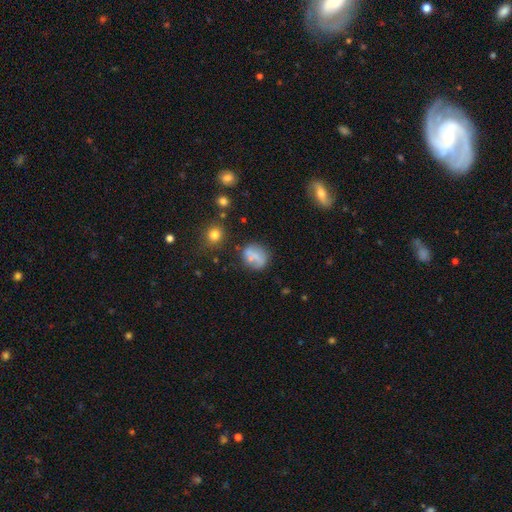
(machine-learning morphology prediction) This appears to be a smooth galaxy with no disk features (59%) that is round (67%). Merging: none (53%).